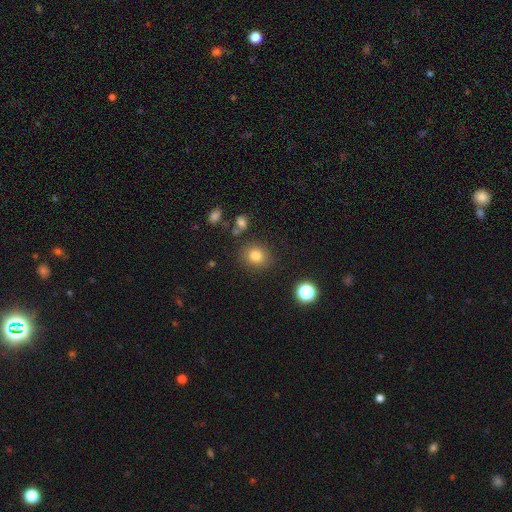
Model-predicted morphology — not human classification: smooth-or-featured: smooth: 81% | star or artifact: 13% | featured or disk: 7%
  how-rounded: round: 79% | in between: 20% | cigar-shaped: 1%
  merging: none: 85% | minor disturbance: 9% | merger: 3% | major disturbance: 3%